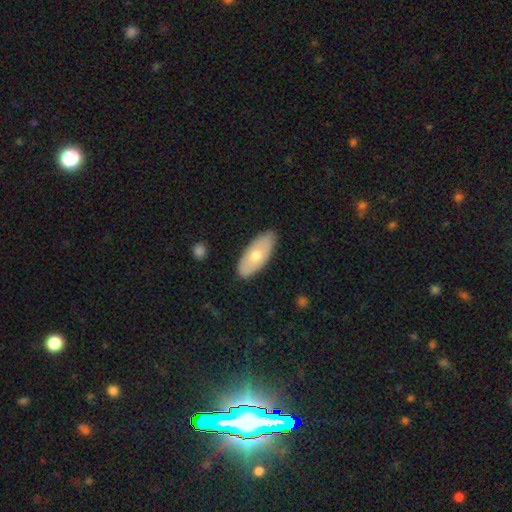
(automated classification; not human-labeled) Morphology: type=smooth (63%); roundness=in between (85%); merging=none (86%).